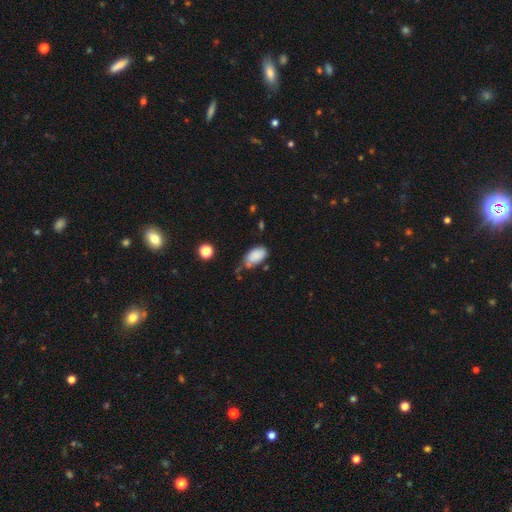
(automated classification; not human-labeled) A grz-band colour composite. It shows a smooth galaxy with no disk features (85%) that is in between round and cigar-shaped (93%). Merging: none (46%).